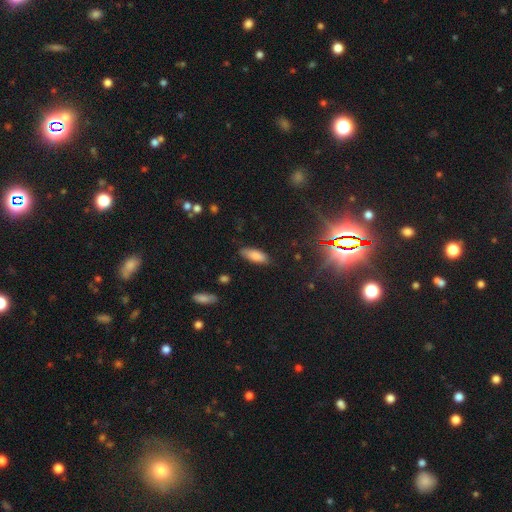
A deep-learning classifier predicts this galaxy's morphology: type=smooth (82%); roundness=in between (75%); merging=none (79%).